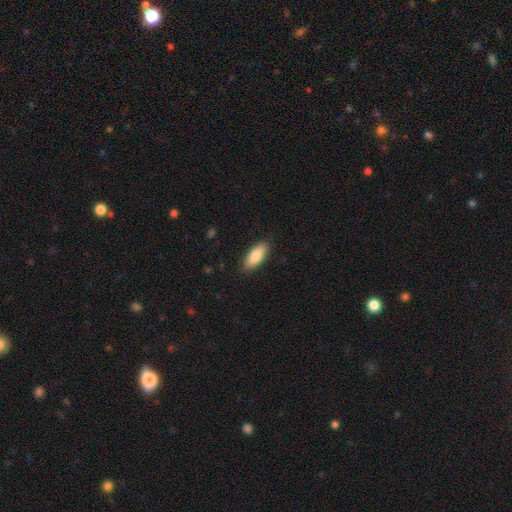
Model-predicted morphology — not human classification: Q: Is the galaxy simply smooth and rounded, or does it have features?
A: smooth — 86%.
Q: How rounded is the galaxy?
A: in between — 82%.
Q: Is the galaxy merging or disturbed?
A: none — 88%.